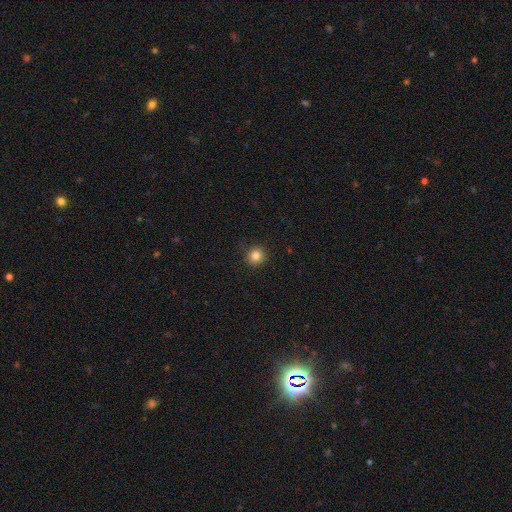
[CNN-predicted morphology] smooth_or_featured: smooth (p=0.83) [alt: star or artifact p=0.11]
how_rounded: round (p=0.92) [alt: in between p=0.07]
merging: none (p=0.90) [alt: minor disturbance p=0.07]